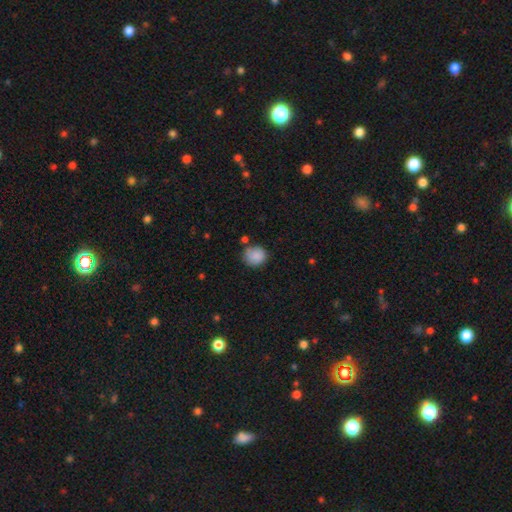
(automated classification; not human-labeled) Smooth or featured?
  - smooth: 87% *
  - star or artifact: 8%
  - featured or disk: 5%
How rounded?
  - round: 84% *
  - in between: 15%
  - cigar-shaped: 1%
Merging?
  - none: 73% *
  - minor disturbance: 17%
  - merger: 6%
  - major disturbance: 4%